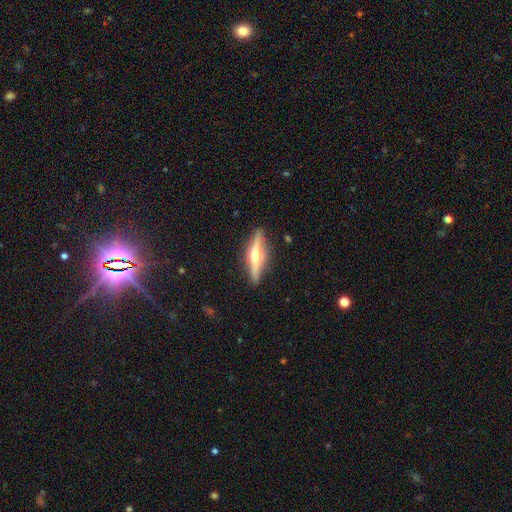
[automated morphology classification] Smooth or featured? featured or disk (72%)
Edge-on disk? yes (96%)
Edge-on bulge? rounded (92%)
Merging? none (87%)